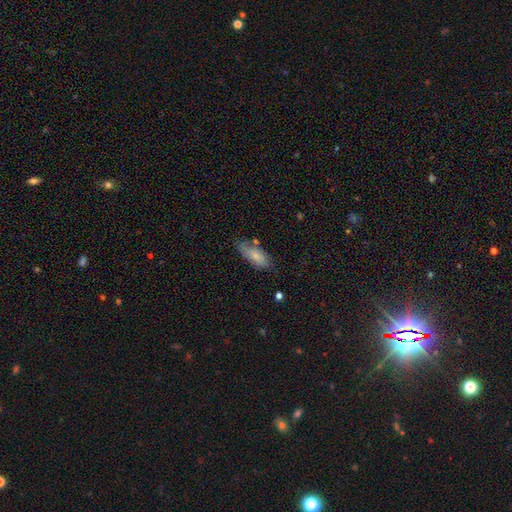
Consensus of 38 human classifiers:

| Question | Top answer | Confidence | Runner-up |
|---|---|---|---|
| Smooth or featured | smooth | 71% | featured or disk (24%) |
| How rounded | in between | 96% | cigar-shaped (4%) |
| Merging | none | 53% | minor disturbance (25%) |